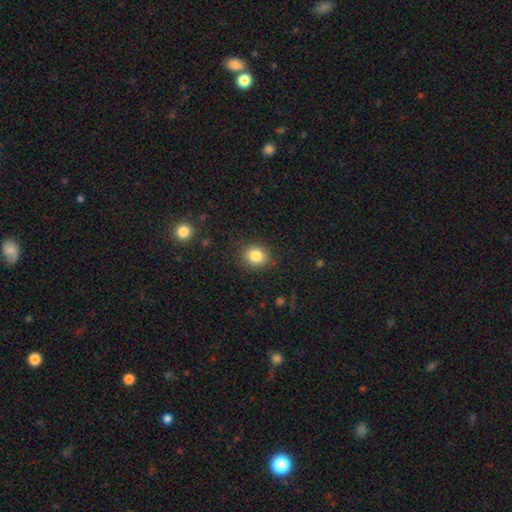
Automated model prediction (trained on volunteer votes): Overall: smooth (84%). How rounded: round (78%). Merging: none (86%).